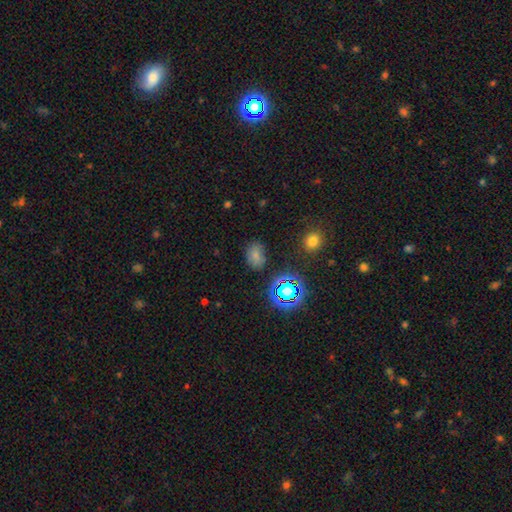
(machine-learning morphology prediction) Smooth or featured? smooth (68%)
How rounded? in between (75%)
Merging? none (74%)